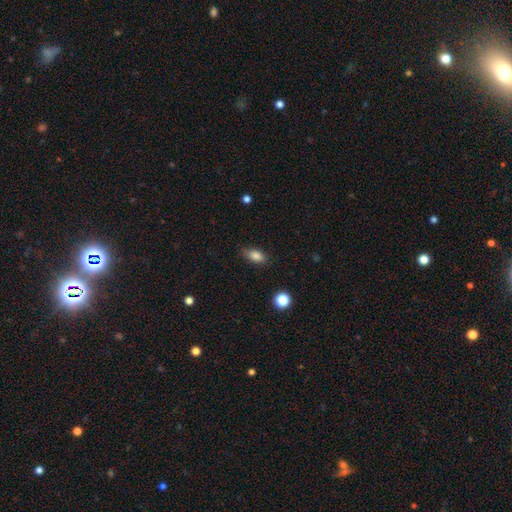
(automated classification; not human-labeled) smooth_or_featured: smooth (p=0.85) [alt: star or artifact p=0.09]
how_rounded: in between (p=0.87) [alt: round p=0.07]
merging: none (p=0.79) [alt: minor disturbance p=0.16]